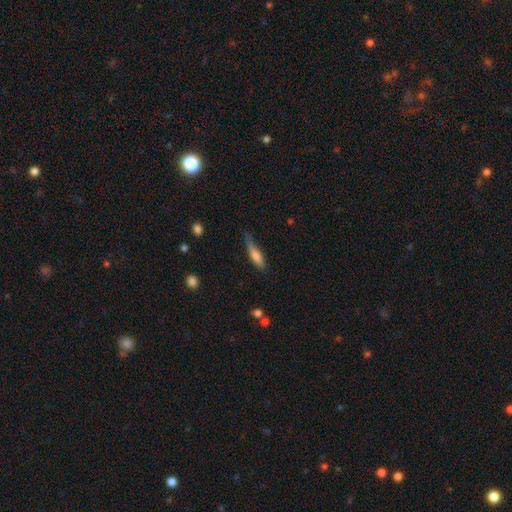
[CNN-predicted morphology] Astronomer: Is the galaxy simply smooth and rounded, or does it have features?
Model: smooth — 72%.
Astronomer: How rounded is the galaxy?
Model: cigar-shaped — 72%.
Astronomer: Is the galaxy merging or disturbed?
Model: none — 51% (runner-up: minor disturbance, 37%).